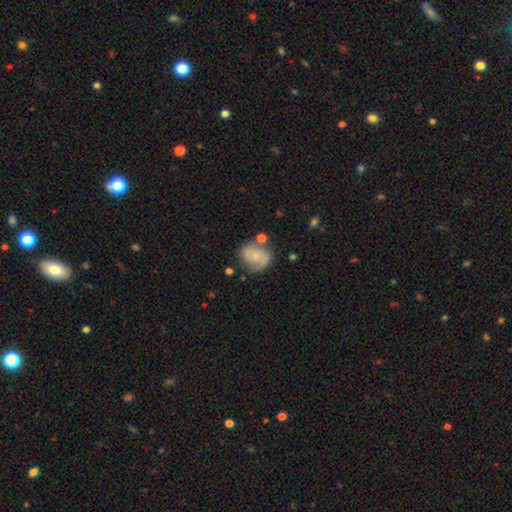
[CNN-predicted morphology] Q: Smooth or featured?
A: featured or disk (47%); runner-up: smooth (45%)
Q: Merging?
A: none (58%); runner-up: minor disturbance (23%)